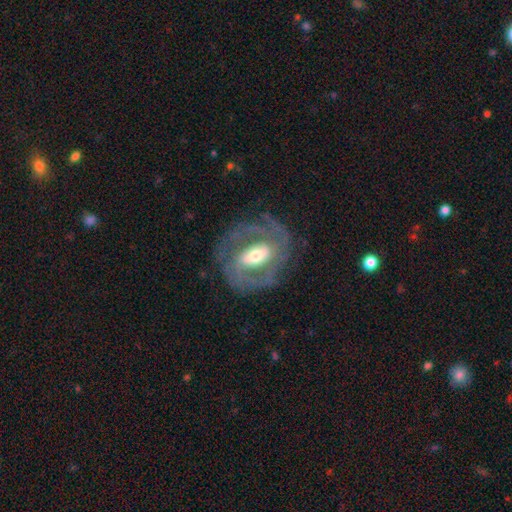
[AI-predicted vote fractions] Q: Smooth or featured?
A: featured or disk (86%); runner-up: smooth (9%)
Q: Edge-on disk?
A: no (96%); runner-up: yes (4%)
Q: Bar?
A: strong (42%); runner-up: weak (38%)
Q: Spiral arms?
A: yes (93%); runner-up: no (7%)
Q: Spiral winding?
A: tight (47%); runner-up: medium (42%)
Q: Spiral arm count?
A: 2 (69%); runner-up: 3 (11%)
Q: Bulge size?
A: moderate (58%); runner-up: small (24%)
Q: Merging?
A: none (75%); runner-up: minor disturbance (15%)